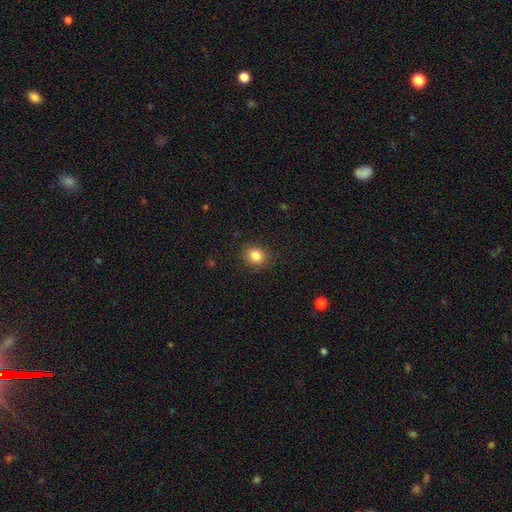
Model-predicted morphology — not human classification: Smooth or featured? Predicted: smooth (p=0.84). How rounded? Predicted: round (p=0.73). Merging? Predicted: none (p=0.89).